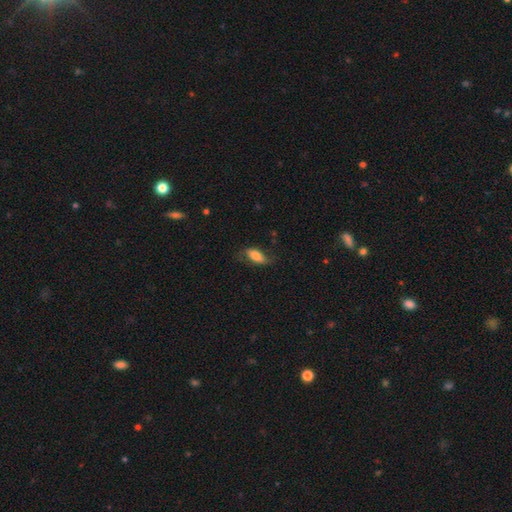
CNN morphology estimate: This appears to be a smooth galaxy with no disk features (64%) that is in between round and cigar-shaped (85%). Merging: none (60%).